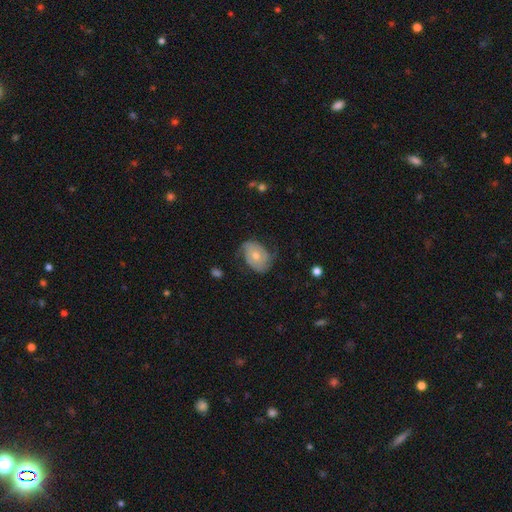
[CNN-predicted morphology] This is likely a featured or disk galaxy (63%). It is clearly not viewed edge-on (96%). Bar: likely no (72%). Spiral arm pattern: likely yes (80%). Central bulge: likely moderate (65%). Merging: likely none (61%).